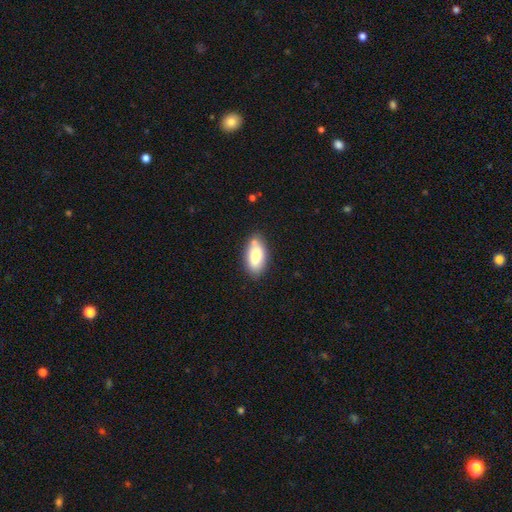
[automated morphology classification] Smooth or featured? smooth (78%)
How rounded? in between (90%)
Merging? none (73%)